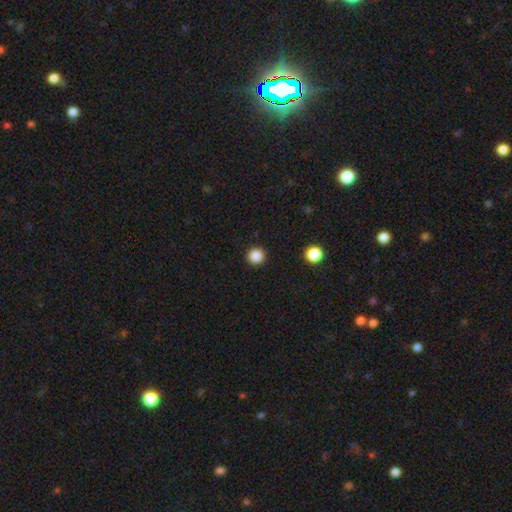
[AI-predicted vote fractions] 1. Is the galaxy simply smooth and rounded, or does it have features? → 86% smooth, 11% star or artifact, 3% featured or disk.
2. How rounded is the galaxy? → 96% round, 3% in between, 1% cigar-shaped.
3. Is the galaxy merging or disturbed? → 93% none, 4% minor disturbance, 2% major disturbance, 1% merger.